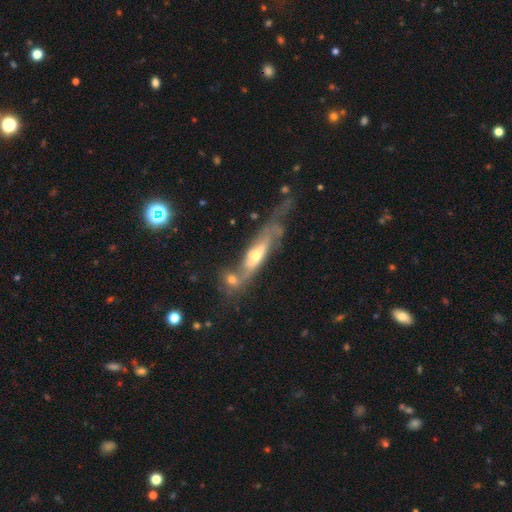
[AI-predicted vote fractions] Q: Smooth or featured?
A: featured or disk (66%); runner-up: smooth (26%)
Q: Edge-on disk?
A: no (54%); runner-up: yes (46%)
Q: Merging?
A: none (32%); runner-up: merger (28%)